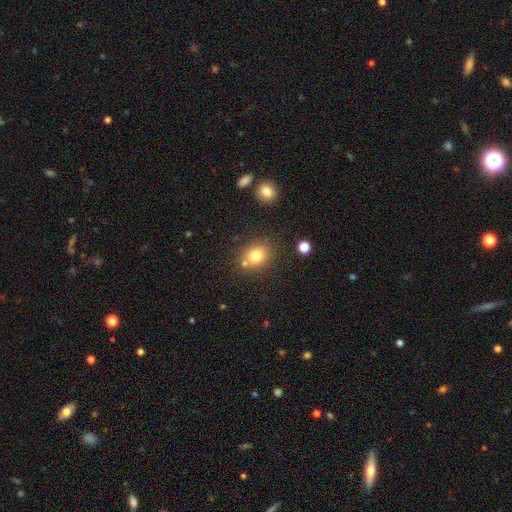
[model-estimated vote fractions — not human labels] A smooth galaxy with no disk features (77%) that is round (66%).

Vote fractions:
- Smooth or featured? smooth: 77% / star or artifact: 12% / featured or disk: 10%
- How rounded? round: 66% / in between: 33% / cigar-shaped: 1%
- Merging? none: 71% / merger: 14% / minor disturbance: 12% / major disturbance: 4%